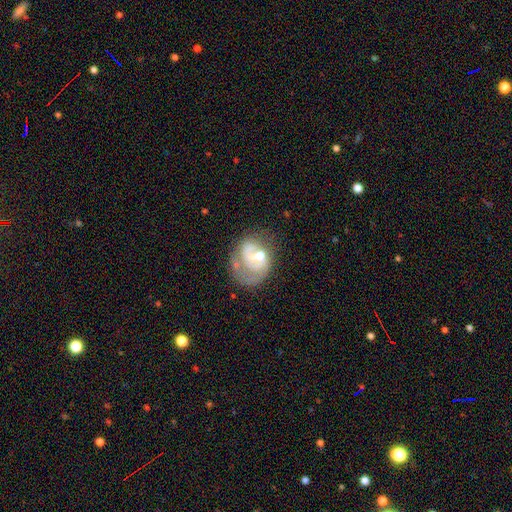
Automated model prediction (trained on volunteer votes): smooth-or-featured: featured or disk: 68% | smooth: 24% | star or artifact: 8%
  disk-edge-on: no: 98% | yes: 2%
    bar: no: 61% | weak: 32% | strong: 7%
    has-spiral-arms: yes: 73% | no: 27%
    bulge-size: moderate: 43% | small: 42% | none: 9% | large: 5% | dominant: 2%
  merging: none: 39% | major disturbance: 26% | minor disturbance: 21% | merger: 14%